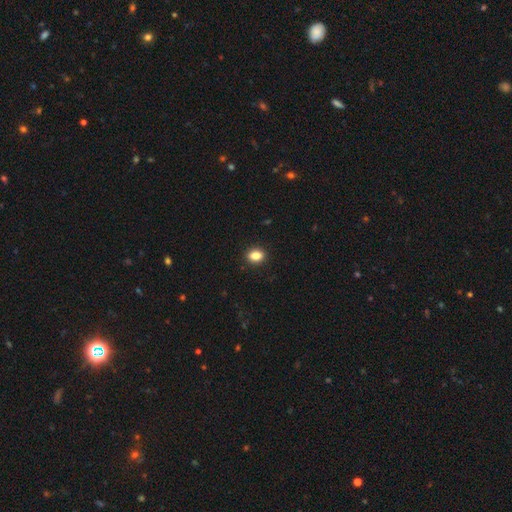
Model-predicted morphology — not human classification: Smooth or featured? smooth (85%)
How rounded? in between (66%)
Merging? none (90%)